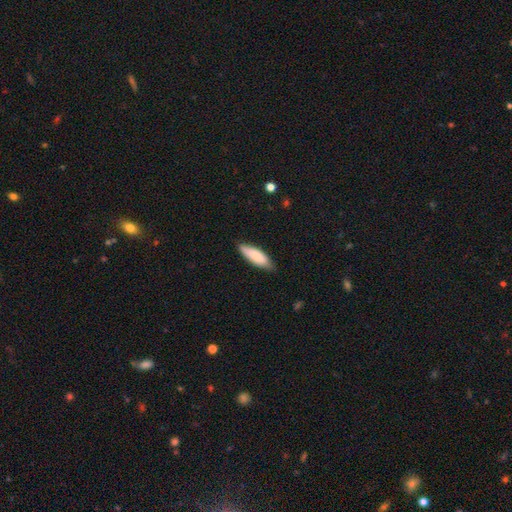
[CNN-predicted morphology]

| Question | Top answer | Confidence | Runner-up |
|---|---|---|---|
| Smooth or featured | smooth | 79% | featured or disk (15%) |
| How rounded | in between | 56% | cigar-shaped (43%) |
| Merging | none | 78% | minor disturbance (18%) |